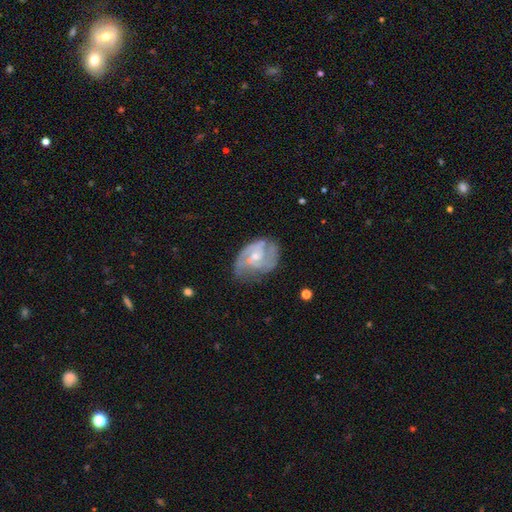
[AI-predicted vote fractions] Q: Smooth or featured?
A: featured or disk (79%); runner-up: smooth (15%)
Q: Edge-on disk?
A: no (97%); runner-up: yes (3%)
Q: Bar?
A: no (54%); runner-up: weak (40%)
Q: Spiral arms?
A: yes (90%); runner-up: no (10%)
Q: Spiral winding?
A: medium (46%); runner-up: tight (37%)
Q: Spiral arm count?
A: 2 (55%); runner-up: can't tell (21%)
Q: Bulge size?
A: small (49%); runner-up: moderate (43%)
Q: Merging?
A: none (56%); runner-up: minor disturbance (27%)